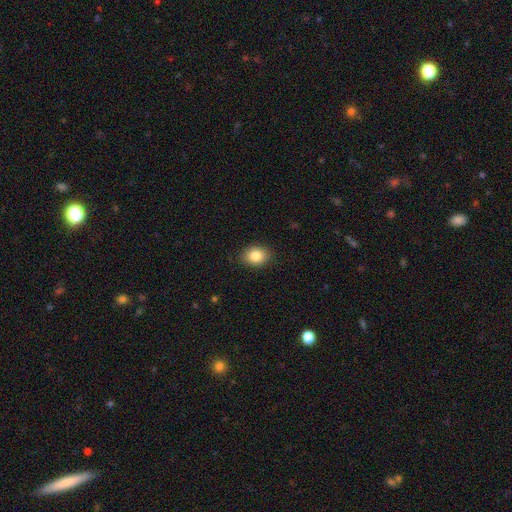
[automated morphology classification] Smooth or featured? smooth (85%)
How rounded? in between (53%)
Merging? none (88%)